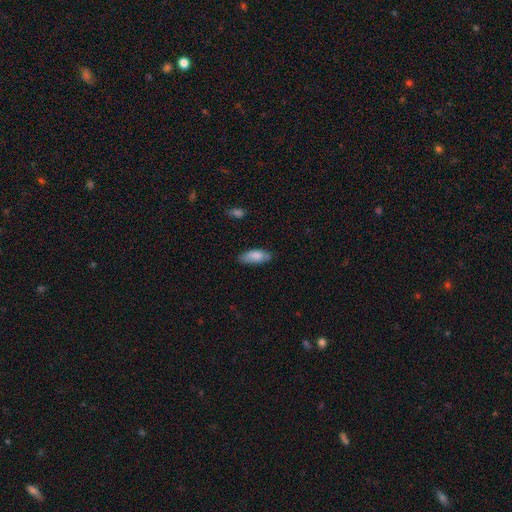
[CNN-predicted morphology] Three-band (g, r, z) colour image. It shows a smooth galaxy with no disk features (83%) that is in between round and cigar-shaped (78%). Merging: none (72%).